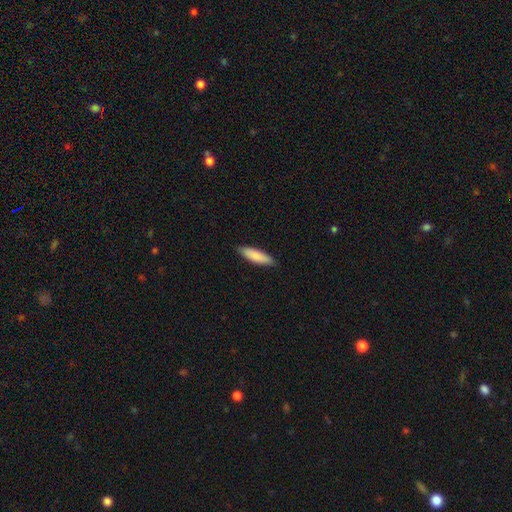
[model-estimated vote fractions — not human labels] This is clearly a smooth galaxy (86%). How rounded: likely cigar-shaped (65%). Merging: clearly none (88%).